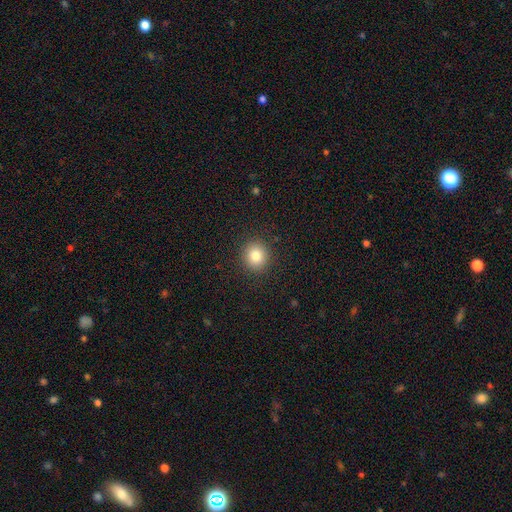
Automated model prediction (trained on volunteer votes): The model was most divided on "smooth or featured": smooth: 83%, star or artifact: 11%, featured or disk: 6%. More confident: merging — none (91%); how rounded — round (89%).